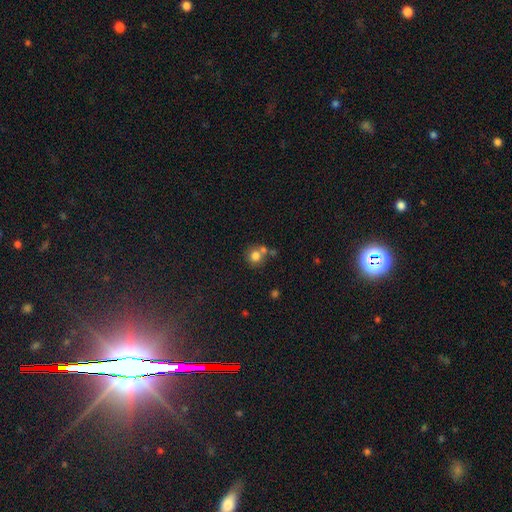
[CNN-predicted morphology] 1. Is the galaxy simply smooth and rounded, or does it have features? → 77% smooth, 12% star or artifact, 11% featured or disk.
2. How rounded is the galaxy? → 88% round, 11% in between, 1% cigar-shaped.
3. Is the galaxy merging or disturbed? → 52% none, 35% merger, 9% minor disturbance, 4% major disturbance.